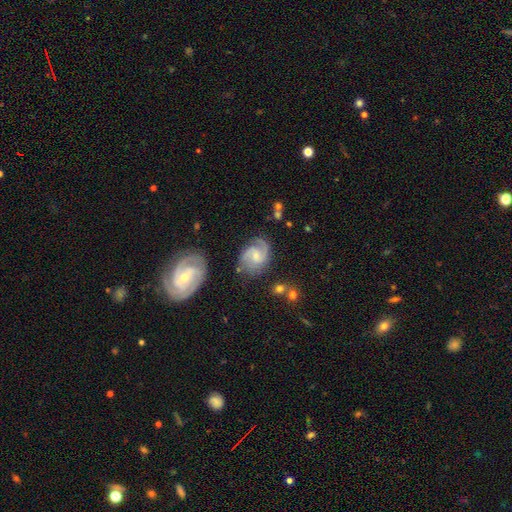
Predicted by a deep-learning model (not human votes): Q: Smooth or featured?
A: featured or disk (82%); runner-up: smooth (12%)
Q: Edge-on disk?
A: no (98%); runner-up: yes (2%)
Q: Bar?
A: weak (51%); runner-up: no (41%)
Q: Spiral arms?
A: yes (96%); runner-up: no (4%)
Q: Spiral winding?
A: medium (54%); runner-up: tight (27%)
Q: Spiral arm count?
A: 2 (79%); runner-up: can't tell (7%)
Q: Bulge size?
A: small (53%); runner-up: moderate (33%)
Q: Merging?
A: none (69%); runner-up: minor disturbance (19%)